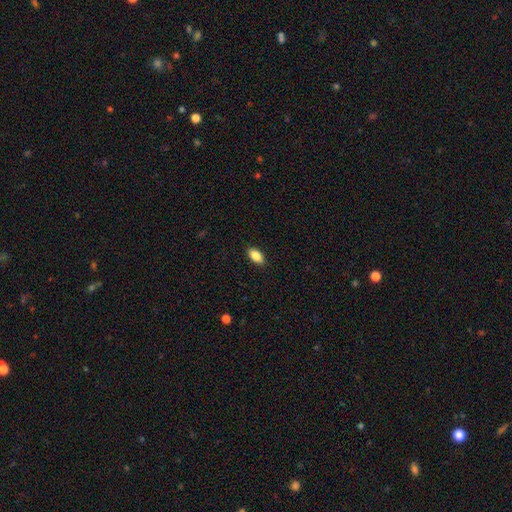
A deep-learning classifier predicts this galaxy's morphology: A smooth galaxy with no disk features (87%) that is in between round and cigar-shaped (92%). Merging: none (89%).